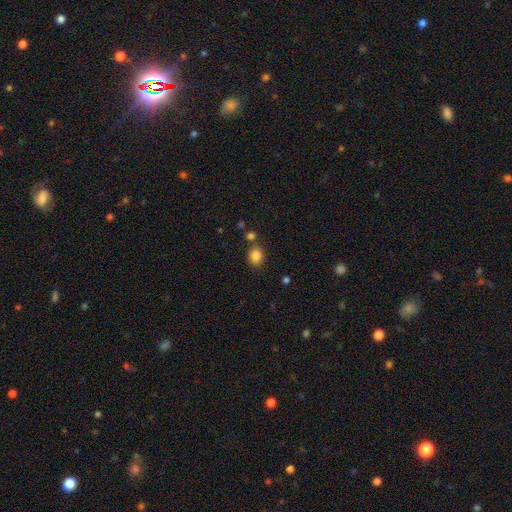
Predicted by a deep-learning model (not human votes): Smooth or featured: smooth — 85% (star or artifact — 10%)
How rounded: round — 50% (in between — 49%)
Merging: none — 76% (minor disturbance — 11%)